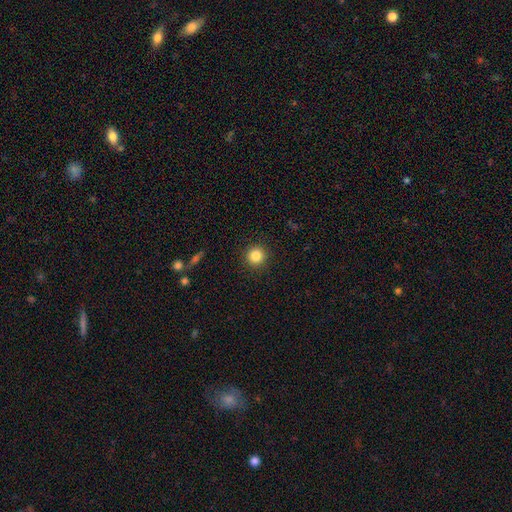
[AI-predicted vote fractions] smooth 84%, star or artifact 11%, featured or disk 5%. Down the decision tree: how rounded — round (95%); merging — none (92%).